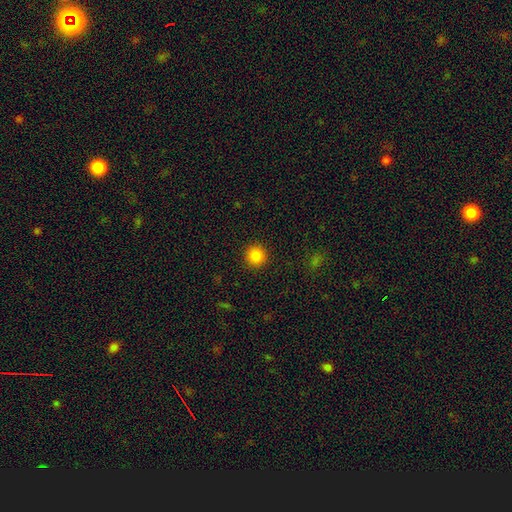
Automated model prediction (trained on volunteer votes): Smooth or featured? smooth (85%)
How rounded? round (95%)
Merging? none (92%)